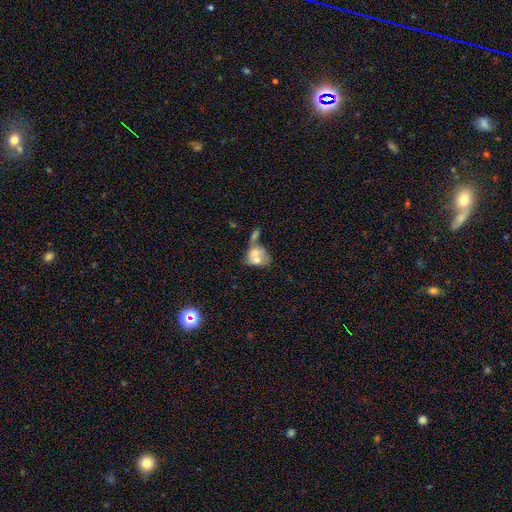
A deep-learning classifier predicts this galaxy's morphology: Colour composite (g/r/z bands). It shows a smooth galaxy with no disk features (59%) that is in between round and cigar-shaped (57%). Merging: merger (68%).